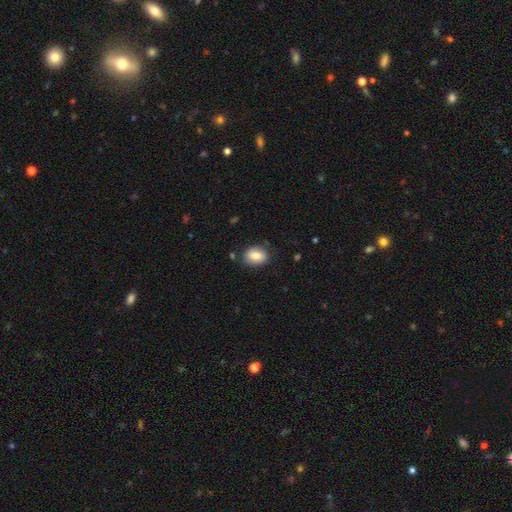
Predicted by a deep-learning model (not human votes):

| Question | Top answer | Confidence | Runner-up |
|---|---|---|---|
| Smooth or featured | smooth | 77% | featured or disk (15%) |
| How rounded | in between | 69% | round (30%) |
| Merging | none | 79% | minor disturbance (15%) |